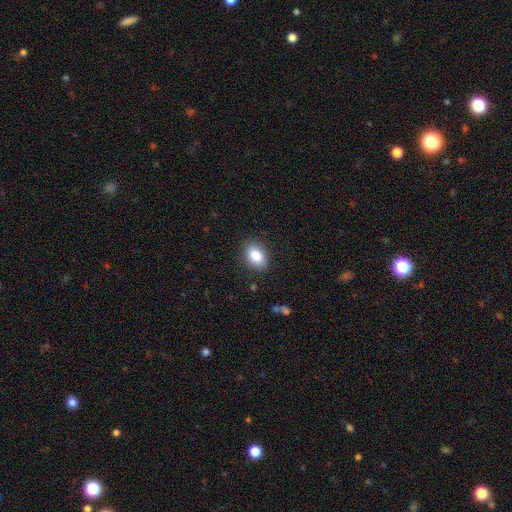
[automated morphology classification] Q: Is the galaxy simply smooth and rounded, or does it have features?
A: smooth — 86%.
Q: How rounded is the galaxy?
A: in between — 79%.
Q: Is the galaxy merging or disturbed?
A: none — 85%.